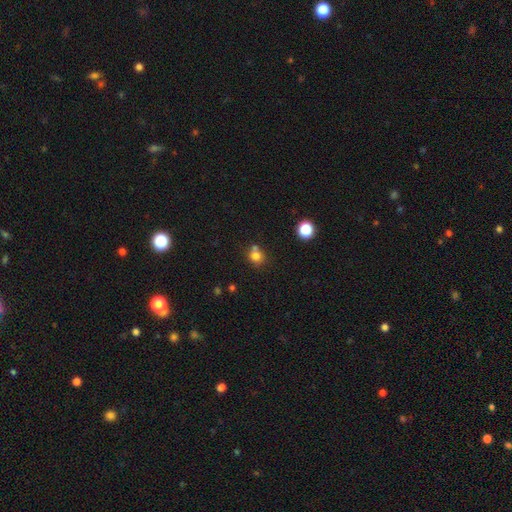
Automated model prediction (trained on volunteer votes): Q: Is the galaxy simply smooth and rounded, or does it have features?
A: smooth — 78%.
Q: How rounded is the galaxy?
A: round — 83%.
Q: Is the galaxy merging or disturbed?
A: none — 59%.